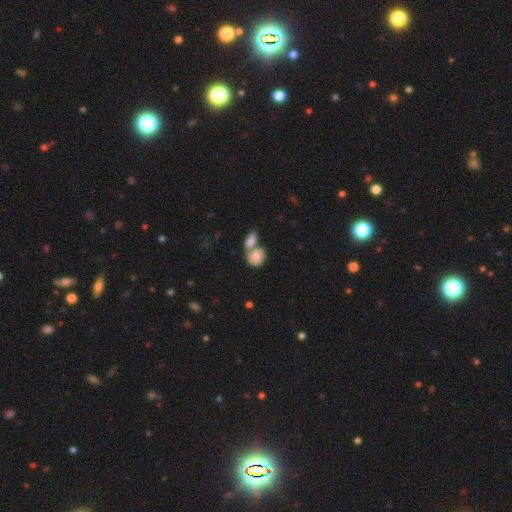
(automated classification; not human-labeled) Smooth or featured: smooth — 79% (featured or disk — 13%)
How rounded: in between — 57% (round — 41%)
Merging: merger — 68% (none — 21%)